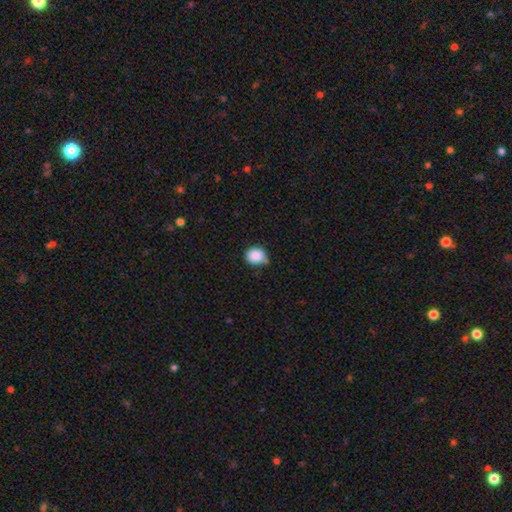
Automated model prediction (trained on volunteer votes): smooth 88%, star or artifact 8%, featured or disk 3%. Down the decision tree: how rounded — round (78%); merging — none (74%).